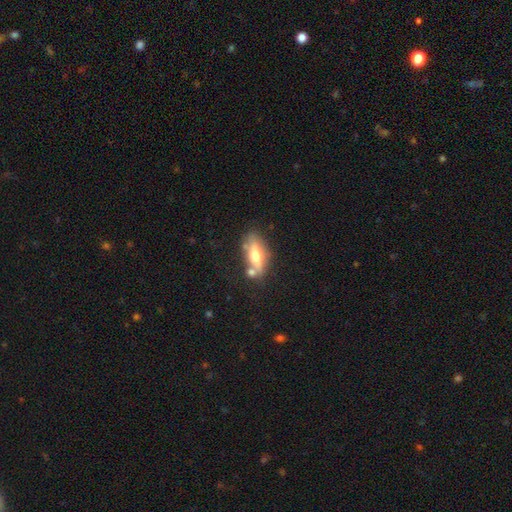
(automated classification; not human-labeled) This is possibly a smooth galaxy (54%). How rounded: likely in between (65%). Merging: possibly none (56%).